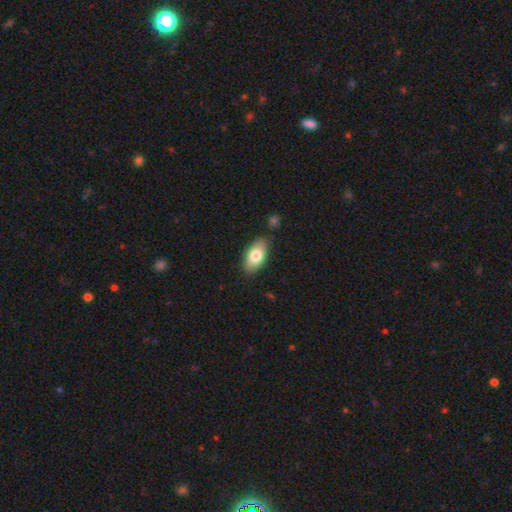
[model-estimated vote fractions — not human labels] Smooth or featured? smooth (76%)
How rounded? in between (92%)
Merging? none (83%)